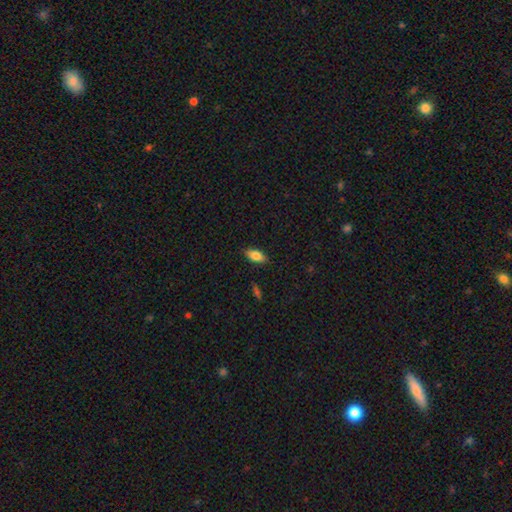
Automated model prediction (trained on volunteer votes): Morphology: type=smooth (80%); roundness=in between (87%); merging=none (86%).